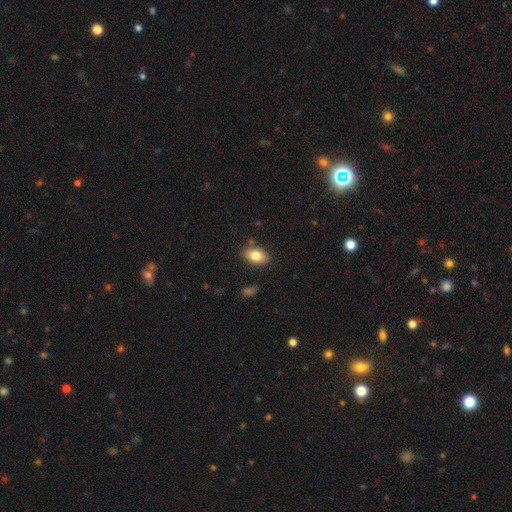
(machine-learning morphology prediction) Q: Smooth or featured?
A: smooth (81%); runner-up: featured or disk (11%)
Q: How rounded?
A: in between (86%); runner-up: round (13%)
Q: Merging?
A: none (84%); runner-up: minor disturbance (11%)